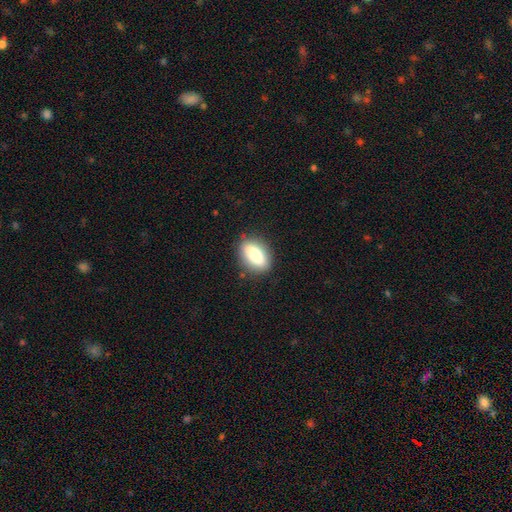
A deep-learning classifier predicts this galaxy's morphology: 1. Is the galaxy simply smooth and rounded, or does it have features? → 79% smooth, 13% featured or disk, 8% star or artifact.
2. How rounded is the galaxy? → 81% in between, 11% cigar-shaped, 8% round.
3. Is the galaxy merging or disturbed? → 84% none, 11% minor disturbance, 3% major disturbance, 1% merger.